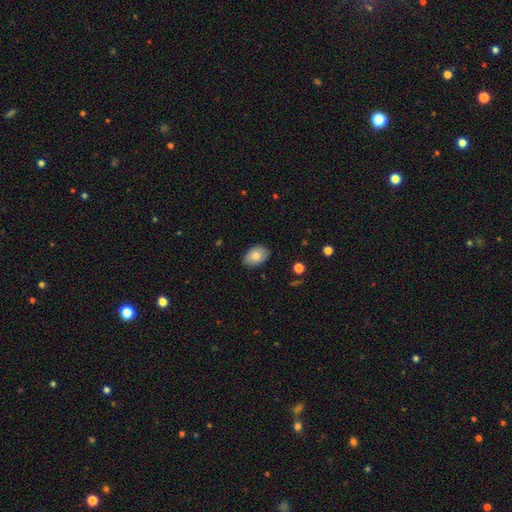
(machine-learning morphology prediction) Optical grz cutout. It shows a smooth galaxy with no disk features (80%) that is in between round and cigar-shaped (88%). Merging: none (86%).